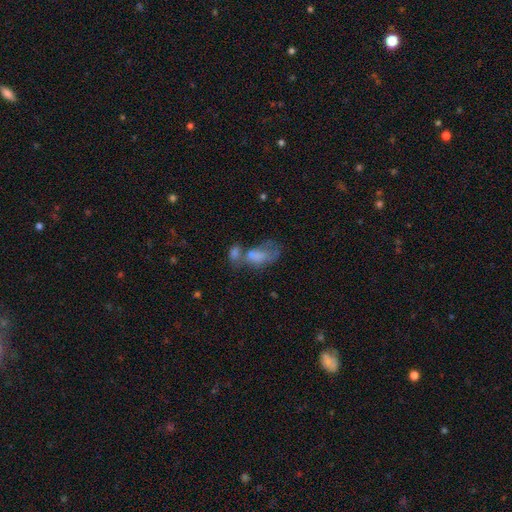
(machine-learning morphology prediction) smooth_or_featured: smooth (p=0.64) [alt: featured or disk p=0.24]
how_rounded: in between (p=0.88) [alt: round p=0.09]
merging: merger (p=0.53) [alt: major disturbance p=0.21]